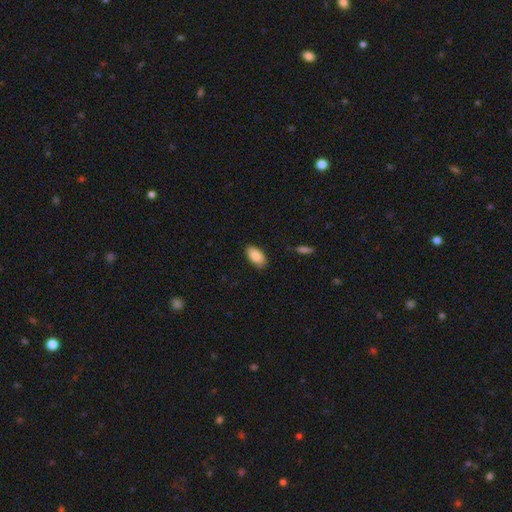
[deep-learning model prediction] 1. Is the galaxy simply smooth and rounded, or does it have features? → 89% smooth, 6% star or artifact, 4% featured or disk.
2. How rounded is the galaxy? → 94% in between, 4% cigar-shaped, 2% round.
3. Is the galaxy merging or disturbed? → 86% none, 10% minor disturbance, 2% major disturbance, 1% merger.